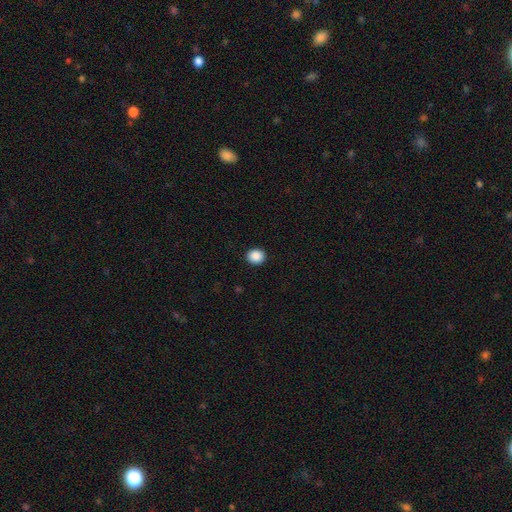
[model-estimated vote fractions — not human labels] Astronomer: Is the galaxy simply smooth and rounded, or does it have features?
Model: smooth — 88%.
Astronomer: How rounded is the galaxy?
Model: round — 78%.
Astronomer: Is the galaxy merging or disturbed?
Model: none — 92%.